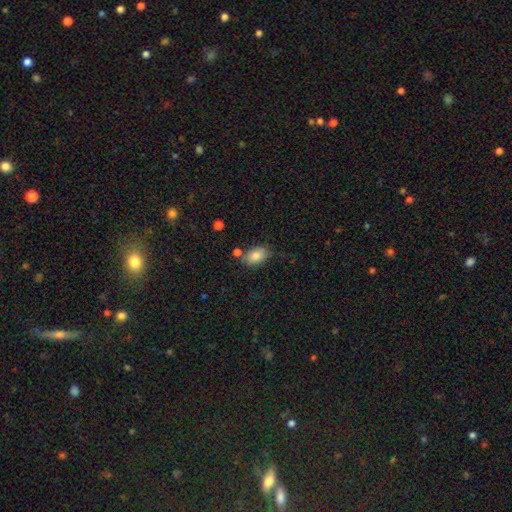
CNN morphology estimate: Smooth or featured? Predicted: smooth (p=0.83). How rounded? Predicted: in between (p=0.87). Merging? Predicted: none (p=0.67).